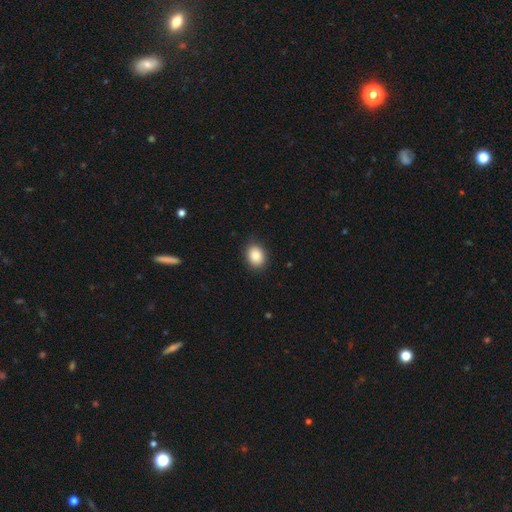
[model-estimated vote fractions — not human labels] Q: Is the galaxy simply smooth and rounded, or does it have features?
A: smooth — 86%.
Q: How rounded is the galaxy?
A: in between — 55%.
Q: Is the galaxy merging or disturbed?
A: none — 88%.